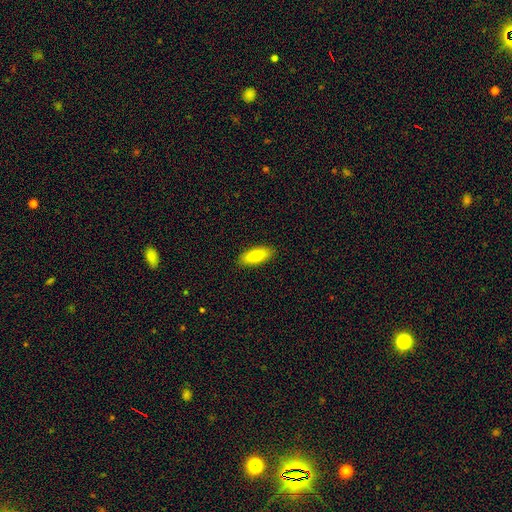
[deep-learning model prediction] This appears to be a smooth galaxy with no disk features (85%) that is in between round and cigar-shaped (72%). Merging: none (89%).